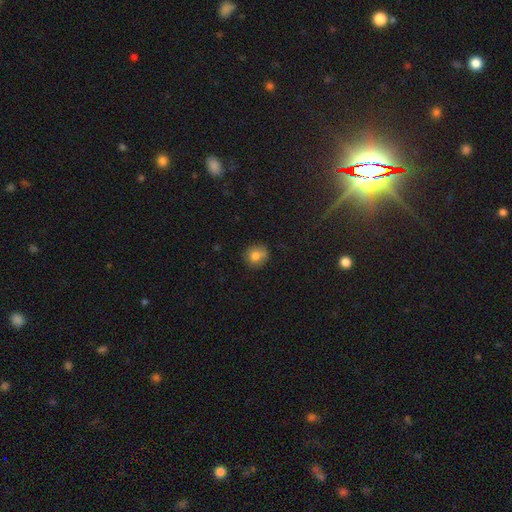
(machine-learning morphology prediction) The model was most divided on "merging": none: 71%, minor disturbance: 18%, merger: 7%, major disturbance: 4%. More confident: how rounded — round (87%); smooth or featured — smooth (78%).